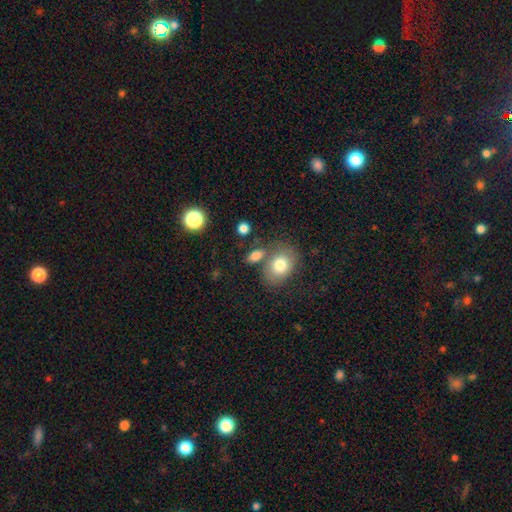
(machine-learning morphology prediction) A smooth galaxy with no disk features (79%) that is in between round and cigar-shaped (76%).

Vote fractions:
- Smooth or featured? smooth: 79% / star or artifact: 10% / featured or disk: 10%
- How rounded? in between: 76% / round: 20% / cigar-shaped: 3%
- Merging? none: 62% / merger: 20% / minor disturbance: 13% / major disturbance: 5%